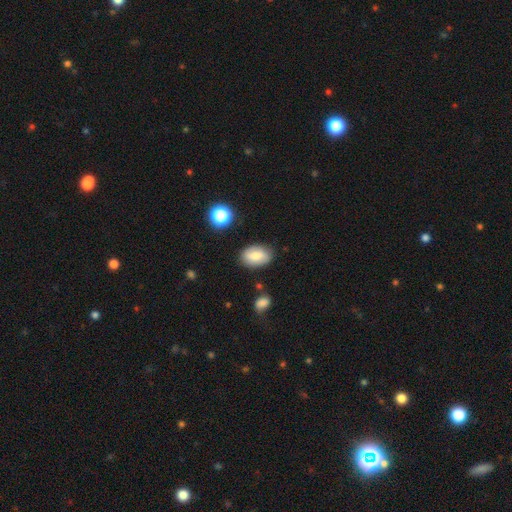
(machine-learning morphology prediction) This appears to be a smooth galaxy with no disk features (70%) that is in between round and cigar-shaped (87%). Merging: none (81%).